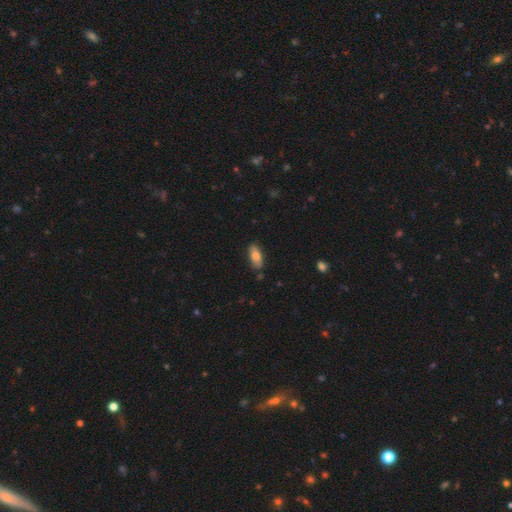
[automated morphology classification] smooth 76%, featured or disk 18%, star or artifact 7%. Down the decision tree: how rounded — in between (83%); merging — none (83%).